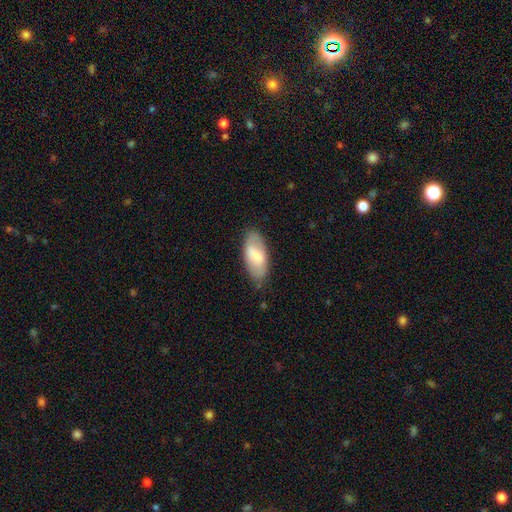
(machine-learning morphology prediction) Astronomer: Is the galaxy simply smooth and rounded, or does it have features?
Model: smooth — 65%.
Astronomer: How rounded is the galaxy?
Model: in between — 90%.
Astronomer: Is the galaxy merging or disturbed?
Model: none — 77%.